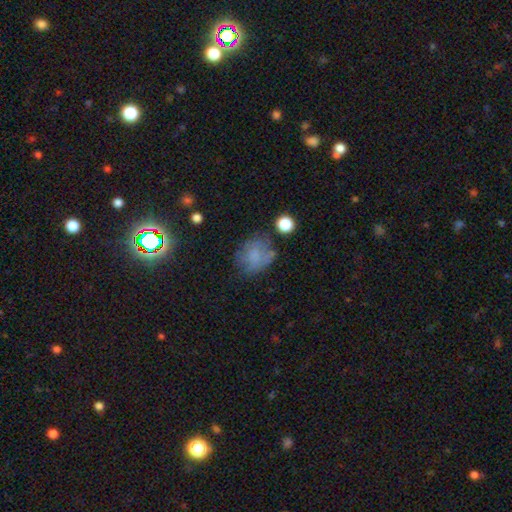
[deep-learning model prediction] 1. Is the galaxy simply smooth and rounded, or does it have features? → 65% smooth, 21% featured or disk, 14% star or artifact.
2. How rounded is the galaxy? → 58% round, 41% in between, 1% cigar-shaped.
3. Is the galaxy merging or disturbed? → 53% none, 26% minor disturbance, 16% major disturbance, 6% merger.